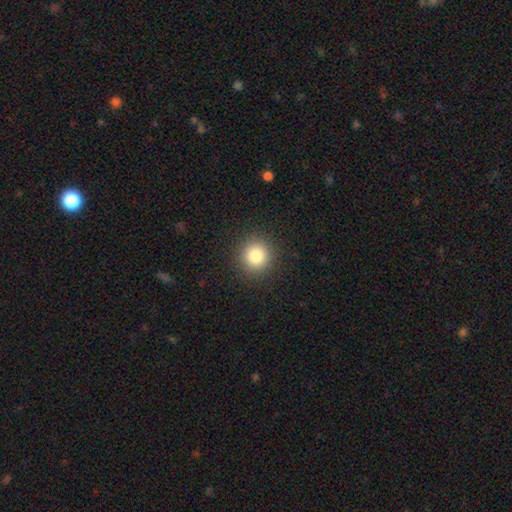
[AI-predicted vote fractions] smooth-or-featured: smooth: 83% | star or artifact: 11% | featured or disk: 6%
  how-rounded: round: 94% | in between: 5% | cigar-shaped: 1%
  merging: none: 92% | minor disturbance: 5% | major disturbance: 2% | merger: 1%